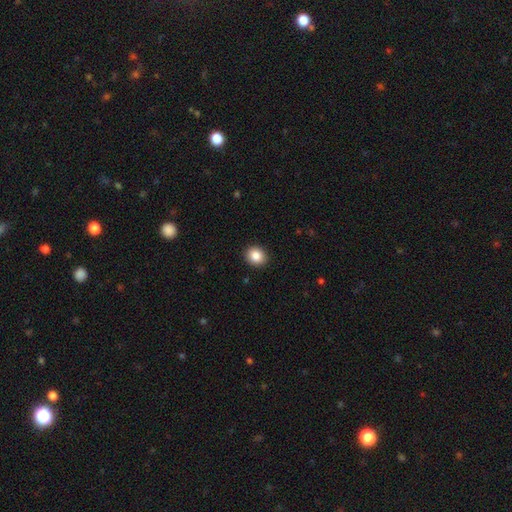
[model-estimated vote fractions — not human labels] Smooth or featured: smooth — 87% (star or artifact — 9%)
How rounded: round — 74% (in between — 26%)
Merging: none — 92% (minor disturbance — 5%)